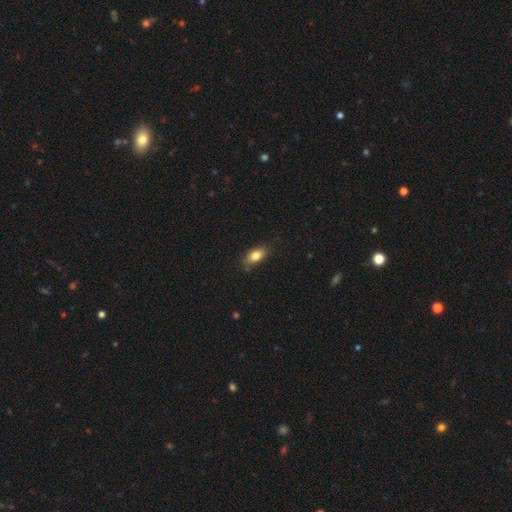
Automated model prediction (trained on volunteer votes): Q: Smooth or featured?
A: smooth (80%); runner-up: featured or disk (11%)
Q: How rounded?
A: in between (85%); runner-up: cigar-shaped (8%)
Q: Merging?
A: none (77%); runner-up: minor disturbance (18%)